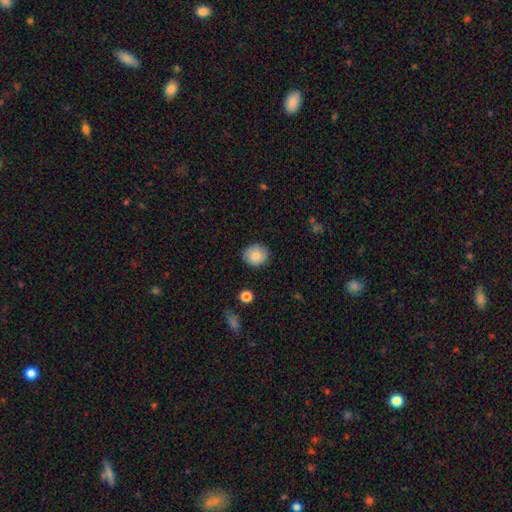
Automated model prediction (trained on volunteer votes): Overall: smooth (84%). How rounded: round (81%). Merging: none (85%).